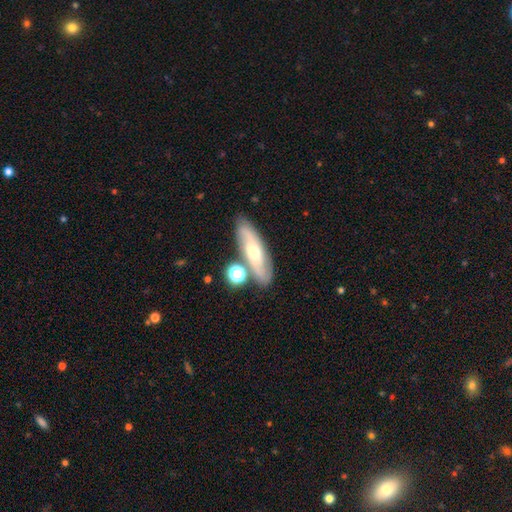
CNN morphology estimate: A featured or disk galaxy (52%).

Vote fractions:
- Smooth or featured? featured or disk: 52% / smooth: 40% / star or artifact: 8%
- Edge-on disk? no: 72% / yes: 28%
- Merging? none: 69% / minor disturbance: 14% / merger: 13% / major disturbance: 4%